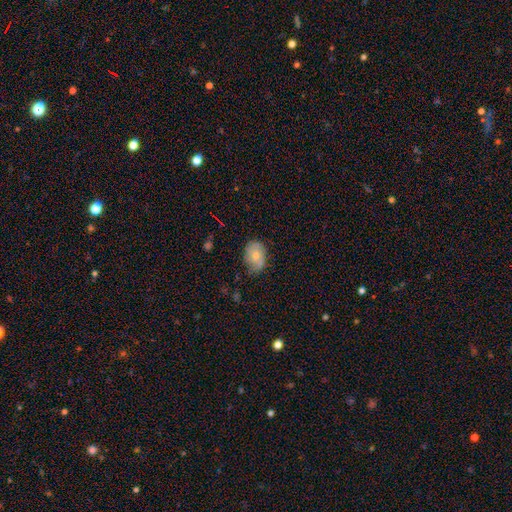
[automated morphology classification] Smooth or featured? Predicted: smooth (p=0.61). How rounded? Predicted: in between (p=0.73). Merging? Predicted: none (p=0.58).